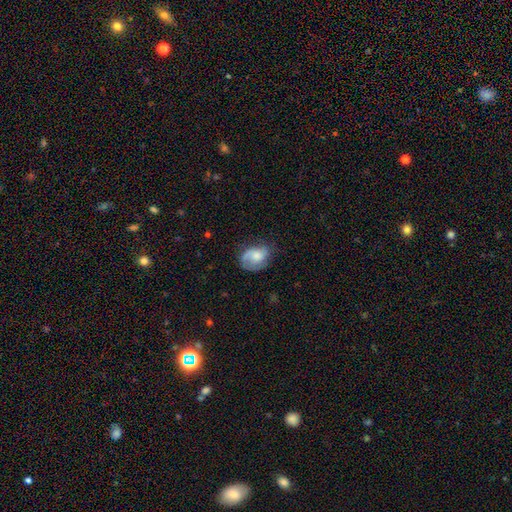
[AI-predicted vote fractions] Smooth or featured? featured or disk (51%)
Edge-on disk? no (97%)
Merging? none (53%)